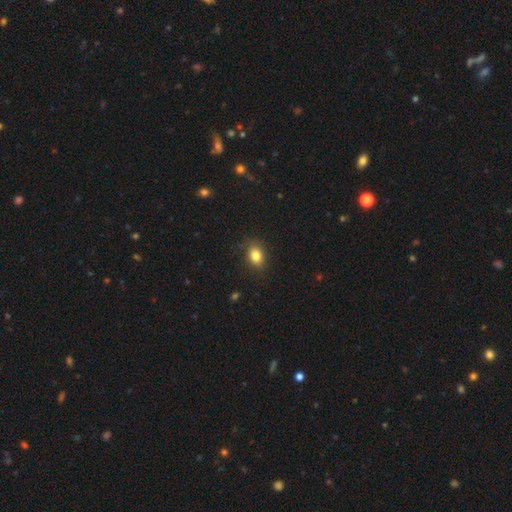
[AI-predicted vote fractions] Smooth or featured? Predicted: smooth (p=0.83). How rounded? Predicted: in between (p=0.70). Merging? Predicted: none (p=0.83).